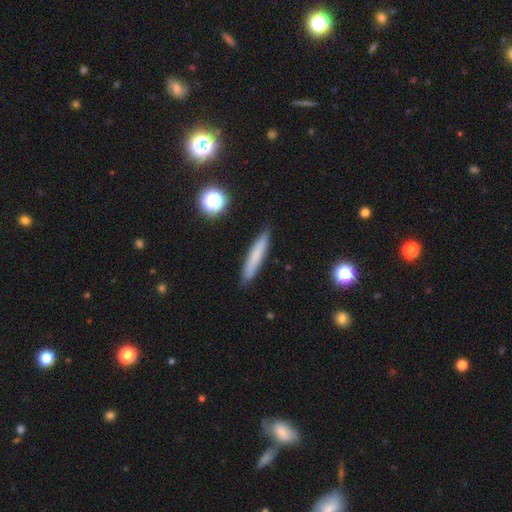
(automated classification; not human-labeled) This appears to be a smooth galaxy with no disk features (72%) that is cigar-shaped (91%). Merging: none (89%).